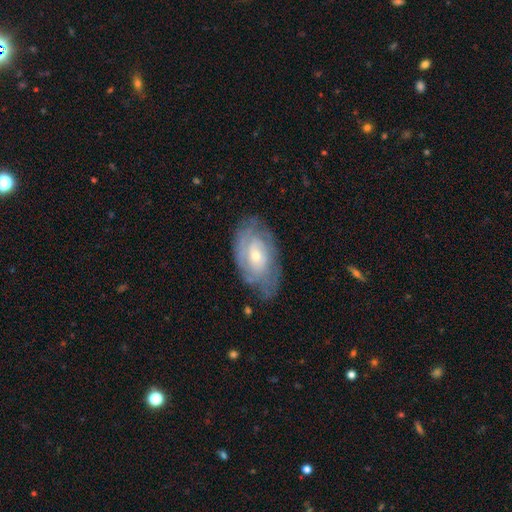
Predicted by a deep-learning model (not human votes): Overall: featured or disk (72%). Edge-on disk: no (94%). Bar: no (67%; weak 27%). Spiral arms: yes (81%). Spiral arm count: can't tell (56%; 2 23%). Spiral winding: tight (68%). Bulge size: small (52%; moderate 44%). Merging: none (67%).